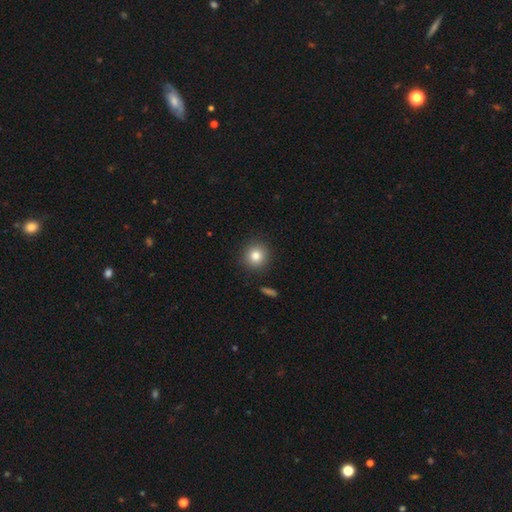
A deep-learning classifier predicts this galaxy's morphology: Smooth or featured?
  - smooth: 82% *
  - star or artifact: 10%
  - featured or disk: 7%
How rounded?
  - round: 93% *
  - in between: 6%
  - cigar-shaped: 1%
Merging?
  - none: 90% *
  - minor disturbance: 6%
  - major disturbance: 2%
  - merger: 2%